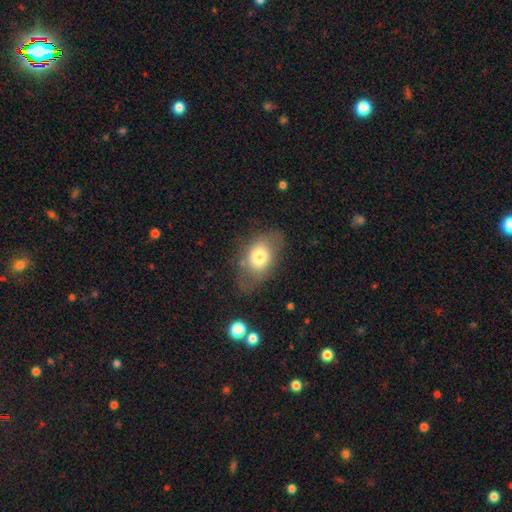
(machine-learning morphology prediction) Smooth or featured? smooth (58%)
How rounded? in between (76%)
Merging? none (74%)